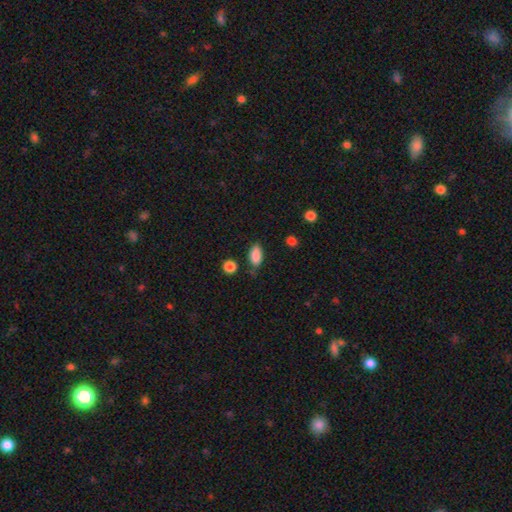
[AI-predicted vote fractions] Q: Smooth or featured?
A: smooth (87%); runner-up: star or artifact (8%)
Q: How rounded?
A: in between (89%); runner-up: cigar-shaped (7%)
Q: Merging?
A: none (70%); runner-up: minor disturbance (22%)